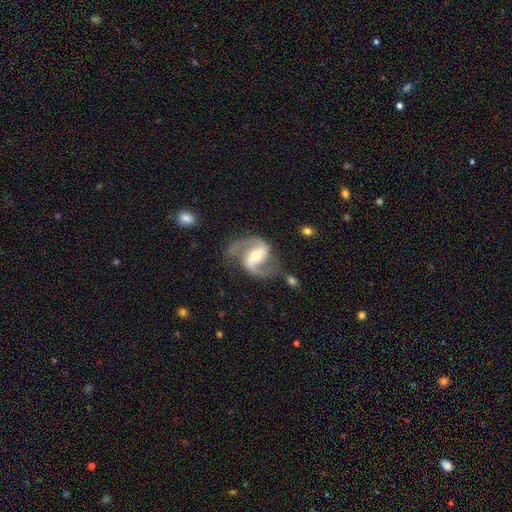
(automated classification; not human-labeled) Smooth or featured: featured or disk — 91% (smooth — 5%)
Edge-on disk: no — 98% (yes — 2%)
Bar: weak — 39% (tied with strong — 39%)
Spiral arms: yes — 97% (no — 3%)
Spiral winding: medium — 57% (loose — 31%)
Spiral arm count: 2 — 93% (1 — 2%)
Bulge size: moderate — 66% (small — 26%)
Merging: none — 73% (minor disturbance — 16%)